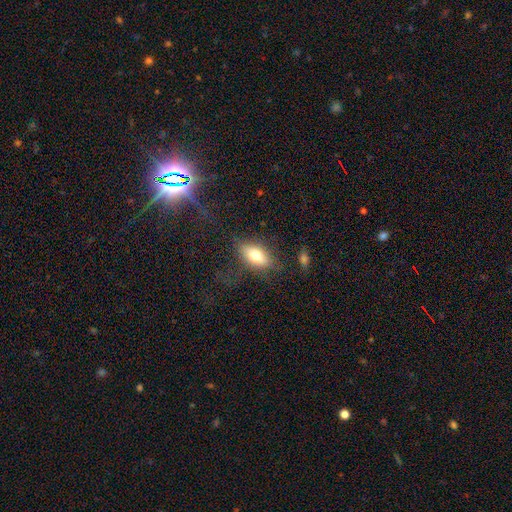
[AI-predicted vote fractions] Smooth or featured: smooth — 73% (featured or disk — 19%)
How rounded: in between — 86% (cigar-shaped — 8%)
Merging: none — 67% (minor disturbance — 19%)